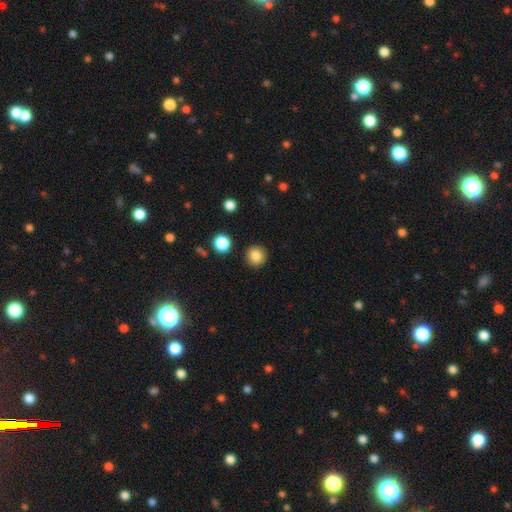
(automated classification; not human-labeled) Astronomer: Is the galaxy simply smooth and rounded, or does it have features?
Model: smooth — 85%.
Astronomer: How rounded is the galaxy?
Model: round — 93%.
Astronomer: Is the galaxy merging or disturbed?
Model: none — 90%.